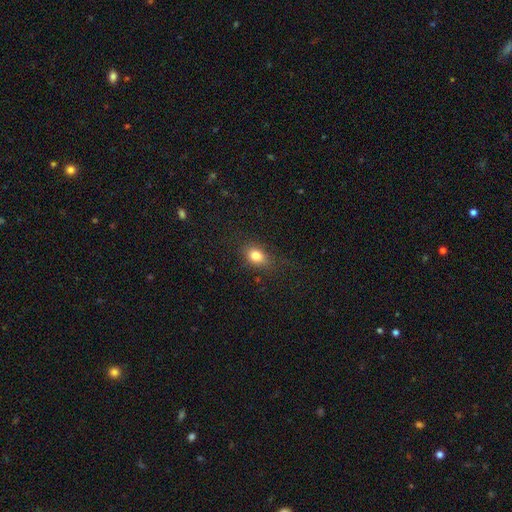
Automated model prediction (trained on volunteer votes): smooth 82%, star or artifact 10%, featured or disk 8%. Down the decision tree: how rounded — in between (71%); merging — none (80%).